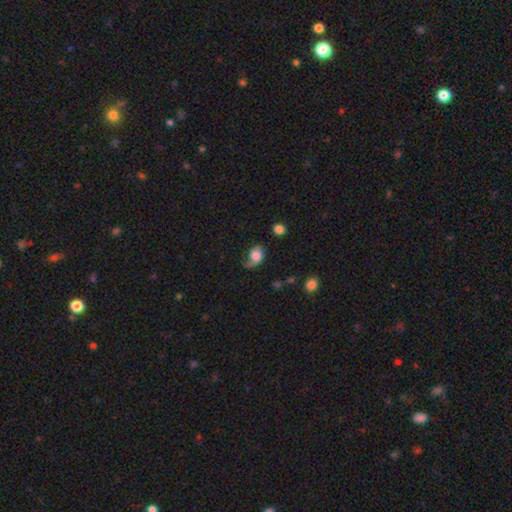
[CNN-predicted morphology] Overall: smooth (53%; featured or disk 38%). How rounded: in between (62%; round 37%). Merging: none (36%; major disturbance 32%).